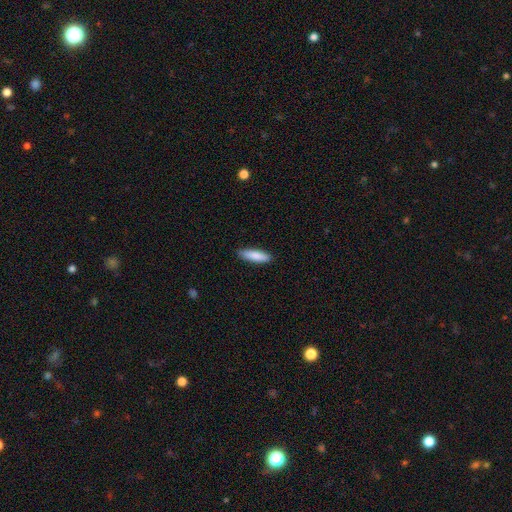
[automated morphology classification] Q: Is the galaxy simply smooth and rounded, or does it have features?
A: smooth — 87%.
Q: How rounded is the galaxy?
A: cigar-shaped — 63%.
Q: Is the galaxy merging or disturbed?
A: none — 88%.